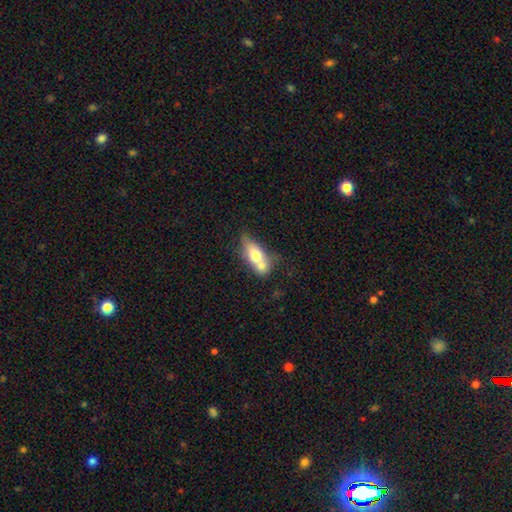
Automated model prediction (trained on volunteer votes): Smooth or featured? Predicted: smooth (p=0.62). How rounded? Predicted: in between (p=0.71). Merging? Predicted: merger (p=0.56).